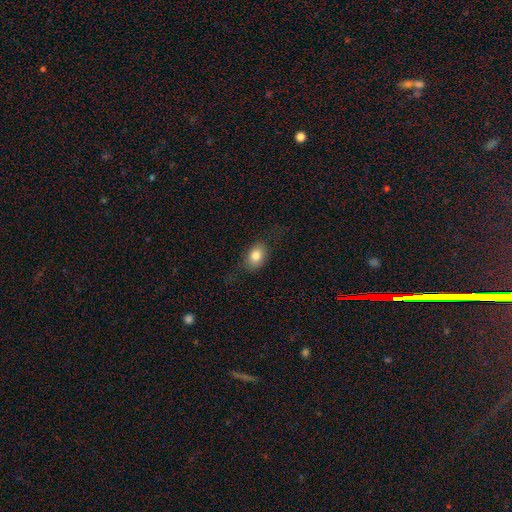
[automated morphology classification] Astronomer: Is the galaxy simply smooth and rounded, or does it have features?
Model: smooth — 80%.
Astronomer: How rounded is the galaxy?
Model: in between — 73%.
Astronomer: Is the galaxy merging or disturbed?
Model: none — 72%.